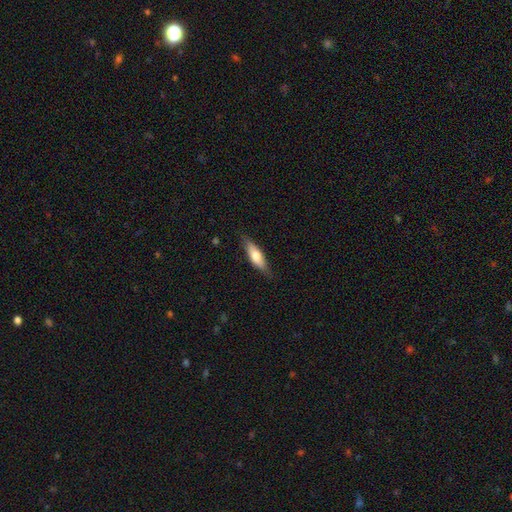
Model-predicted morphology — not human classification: This appears to be a smooth galaxy with no disk features (65%) that is cigar-shaped (51%). Merging: none (79%).